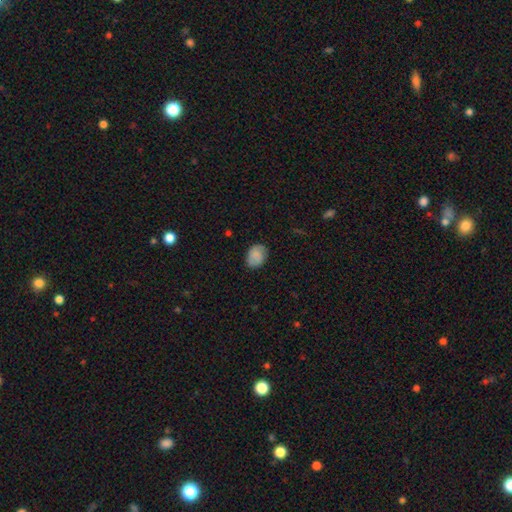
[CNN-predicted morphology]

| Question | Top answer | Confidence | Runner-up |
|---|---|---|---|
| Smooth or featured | smooth | 79% | featured or disk (13%) |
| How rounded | in between | 68% | round (31%) |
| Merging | none | 74% | minor disturbance (20%) |